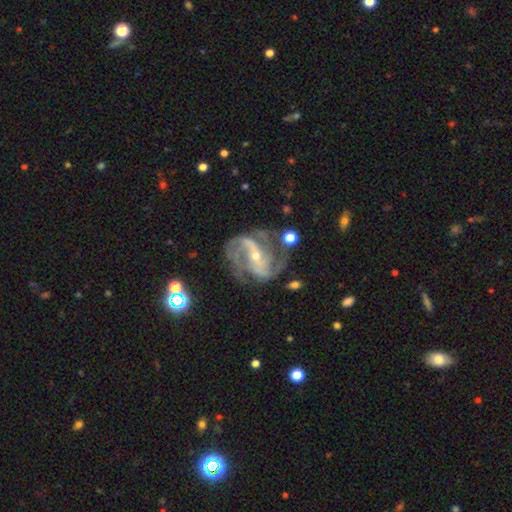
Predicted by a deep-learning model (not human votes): smooth-or-featured: featured or disk: 90% | star or artifact: 6% | smooth: 3%
  disk-edge-on: no: 97% | yes: 3%
    bar: strong: 53% | weak: 28% | no: 19%
    has-spiral-arms: yes: 98% | no: 2%
      spiral-winding: medium: 54% | loose: 24% | tight: 22%
      spiral-arm-count: 2: 65% | 3: 18% | can't tell: 6% | 4: 5% | 1: 3% | more than 4: 3%
    bulge-size: small: 67% | moderate: 30% | large: 1% | none: 1% | dominant: 1%
  merging: none: 65% | minor disturbance: 19% | major disturbance: 14% | merger: 3%